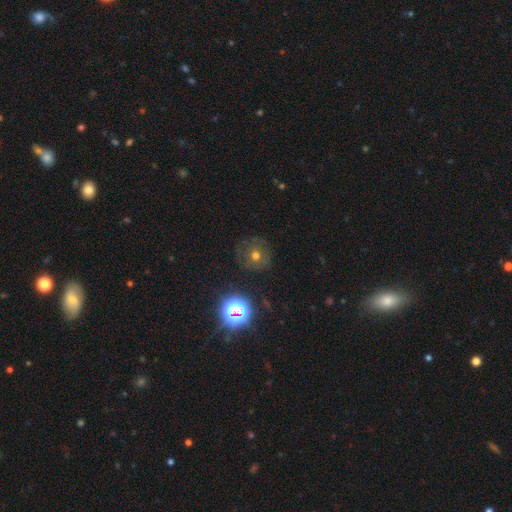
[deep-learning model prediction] This appears to be a smooth galaxy with no disk features (49%). Merging: none (78%).